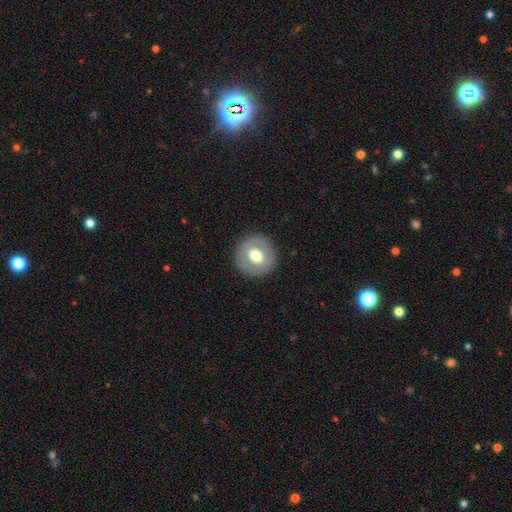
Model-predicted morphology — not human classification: Q: Smooth or featured?
A: smooth (59%); runner-up: featured or disk (34%)
Q: How rounded?
A: round (93%); runner-up: in between (6%)
Q: Merging?
A: none (89%); runner-up: minor disturbance (7%)